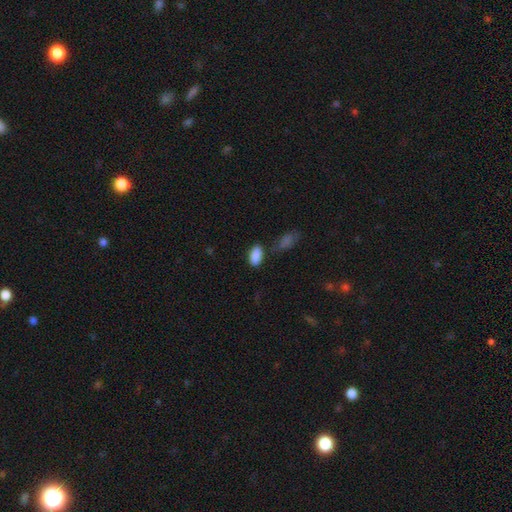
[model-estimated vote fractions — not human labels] This is clearly a smooth galaxy (88%). How rounded: clearly in between (92%). Merging: likely none (73%).